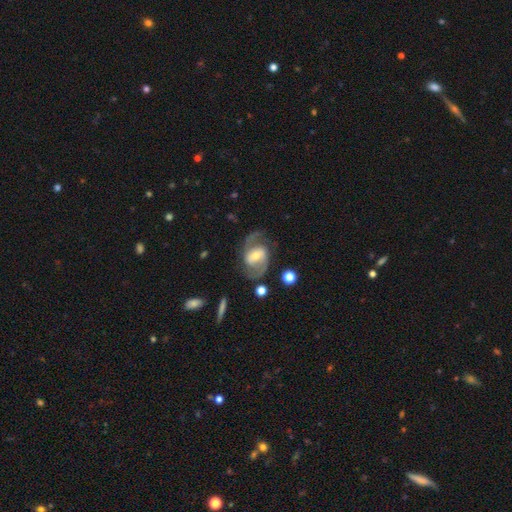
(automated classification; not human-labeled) This is clearly a featured or disk galaxy (86%). It is clearly not viewed edge-on (97%). Bar: possibly weak (45%). Spiral arm pattern: clearly yes (95%). Spiral arm count: clearly 2 (91%). Spiral winding: possibly medium (57%). Central bulge: possibly moderate (52%). Merging: likely none (75%).